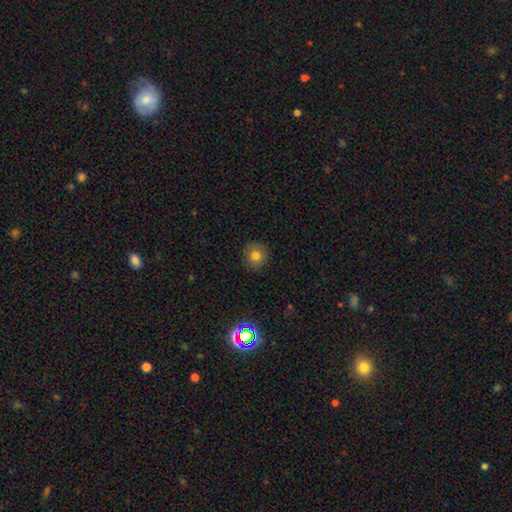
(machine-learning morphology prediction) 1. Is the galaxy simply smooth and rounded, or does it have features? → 77% smooth, 14% star or artifact, 10% featured or disk.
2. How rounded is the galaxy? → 93% round, 6% in between, 1% cigar-shaped.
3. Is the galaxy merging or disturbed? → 90% none, 7% minor disturbance, 2% major disturbance, 1% merger.